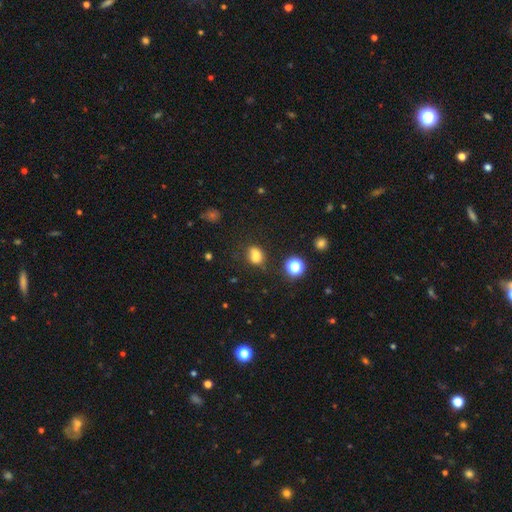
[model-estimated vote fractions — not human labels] smooth_or_featured: smooth (p=0.72) [alt: star or artifact p=0.17]
how_rounded: in between (p=0.56) [alt: round p=0.42]
merging: none (p=0.51) [alt: merger p=0.25]